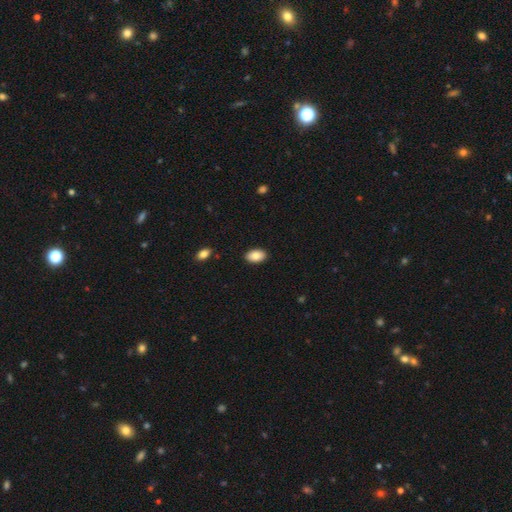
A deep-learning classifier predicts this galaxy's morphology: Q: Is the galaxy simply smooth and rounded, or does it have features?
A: smooth — 87%.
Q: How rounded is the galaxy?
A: in between — 92%.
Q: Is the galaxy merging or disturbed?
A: none — 89%.